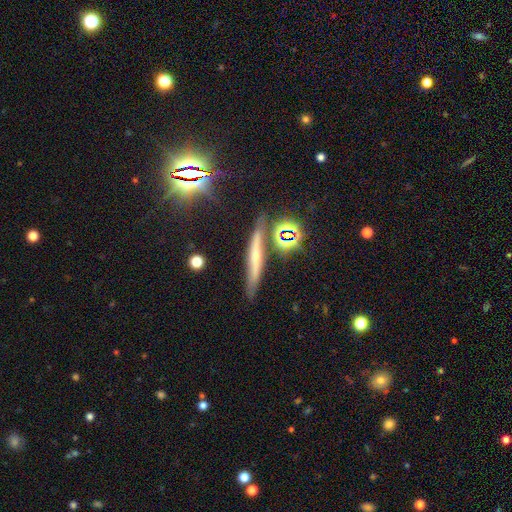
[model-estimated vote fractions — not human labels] smooth-or-featured: featured or disk: 44% | smooth: 33% | star or artifact: 22%
  merging: none: 77% | minor disturbance: 13% | merger: 7% | major disturbance: 4%